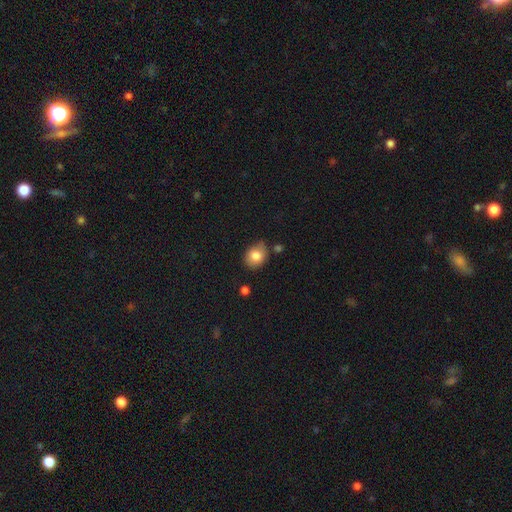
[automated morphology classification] A smooth galaxy with no disk features (82%) that is in between round and cigar-shaped (51%).

Vote fractions:
- Smooth or featured? smooth: 82% / featured or disk: 9% / star or artifact: 9%
- How rounded? in between: 51% / round: 48% / cigar-shaped: 1%
- Merging? none: 68% / minor disturbance: 23% / merger: 5% / major disturbance: 5%